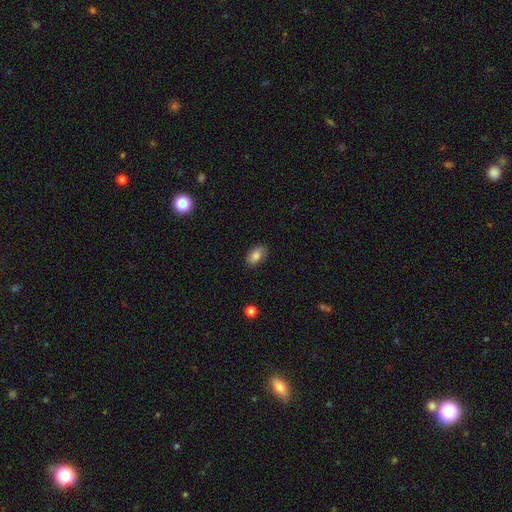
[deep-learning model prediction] The model was most divided on "merging": none: 82%, minor disturbance: 13%, major disturbance: 3%, merger: 1%. More confident: how rounded — in between (89%); smooth or featured — smooth (80%).